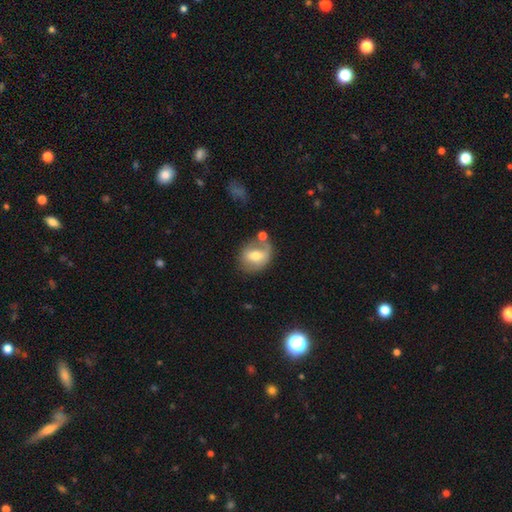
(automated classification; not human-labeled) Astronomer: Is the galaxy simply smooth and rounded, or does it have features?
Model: smooth — 54% (runner-up: featured or disk, 38%).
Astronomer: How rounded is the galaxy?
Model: round — 51% (runner-up: in between, 47%).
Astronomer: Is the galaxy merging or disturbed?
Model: none — 53%.